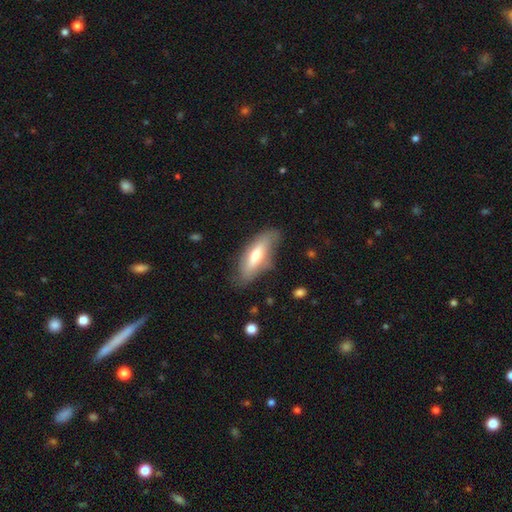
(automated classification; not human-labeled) Smooth or featured?
  - smooth: 60% *
  - featured or disk: 34%
  - star or artifact: 6%
How rounded?
  - in between: 59% *
  - cigar-shaped: 39%
  - round: 2%
Merging?
  - none: 72% *
  - minor disturbance: 20%
  - major disturbance: 6%
  - merger: 2%